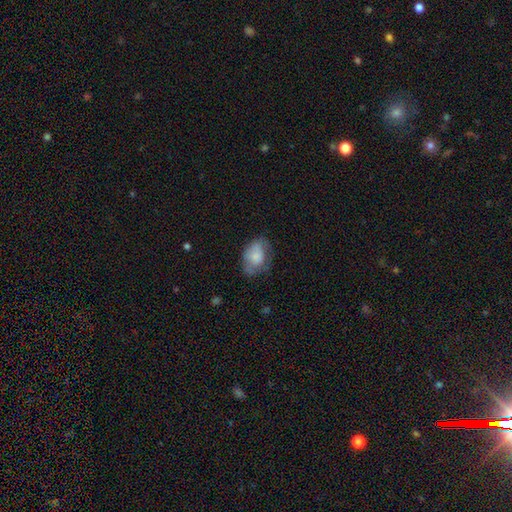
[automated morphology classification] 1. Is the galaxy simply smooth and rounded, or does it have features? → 69% smooth, 23% featured or disk, 8% star or artifact.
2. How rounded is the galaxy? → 80% in between, 18% round, 1% cigar-shaped.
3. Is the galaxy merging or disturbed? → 49% none, 32% minor disturbance, 17% major disturbance, 2% merger.